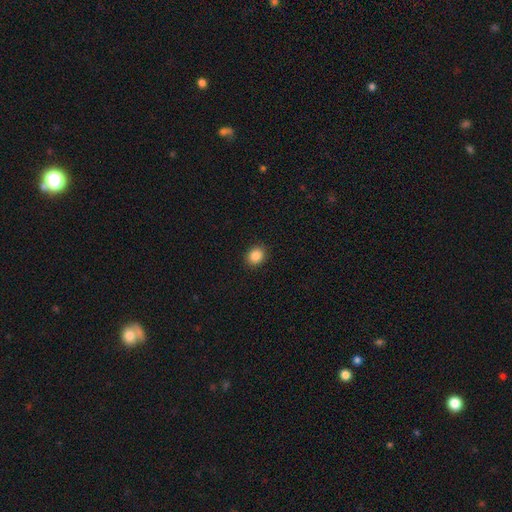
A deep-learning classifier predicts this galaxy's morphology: Smooth or featured? Predicted: smooth (p=0.87). How rounded? Predicted: round (p=0.62). Merging? Predicted: none (p=0.90).